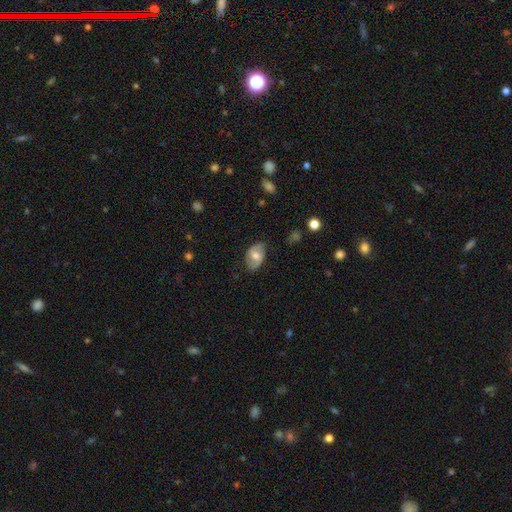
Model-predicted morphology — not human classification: smooth-or-featured: featured or disk: 48% | smooth: 45% | star or artifact: 6%
  merging: none: 71% | minor disturbance: 23% | major disturbance: 5% | merger: 1%